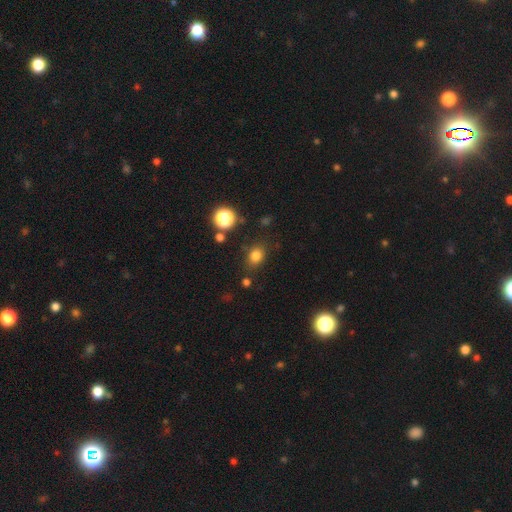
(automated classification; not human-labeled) Smooth or featured?
  - smooth: 78% *
  - star or artifact: 16%
  - featured or disk: 6%
How rounded?
  - round: 53% *
  - in between: 46%
  - cigar-shaped: 1%
Merging?
  - none: 79% *
  - minor disturbance: 13%
  - major disturbance: 4%
  - merger: 4%